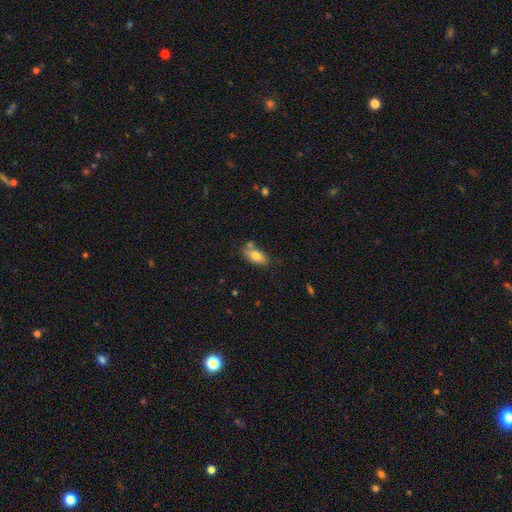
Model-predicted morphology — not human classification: smooth-or-featured: smooth: 76% | featured or disk: 16% | star or artifact: 8%
  how-rounded: in between: 88% | cigar-shaped: 8% | round: 4%
  merging: none: 62% | minor disturbance: 19% | merger: 14% | major disturbance: 5%